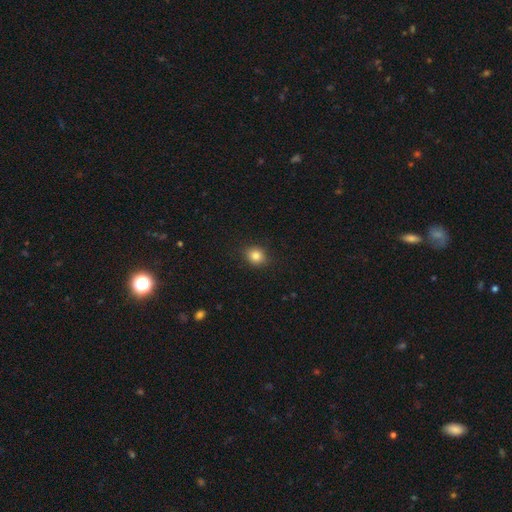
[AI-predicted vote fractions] Smooth or featured?
  - smooth: 84% *
  - star or artifact: 11%
  - featured or disk: 5%
How rounded?
  - round: 73% *
  - in between: 26%
  - cigar-shaped: 1%
Merging?
  - none: 88% *
  - minor disturbance: 9%
  - major disturbance: 2%
  - merger: 1%